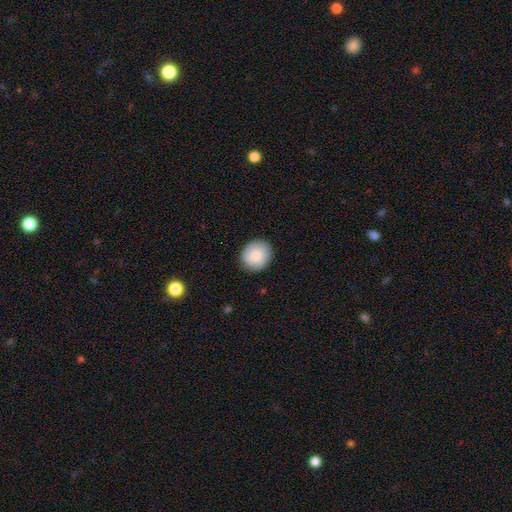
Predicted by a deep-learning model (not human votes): The model was most divided on "how rounded": round: 85%, in between: 14%, cigar-shaped: 1%. More confident: merging — none (88%); smooth or featured — smooth (85%).